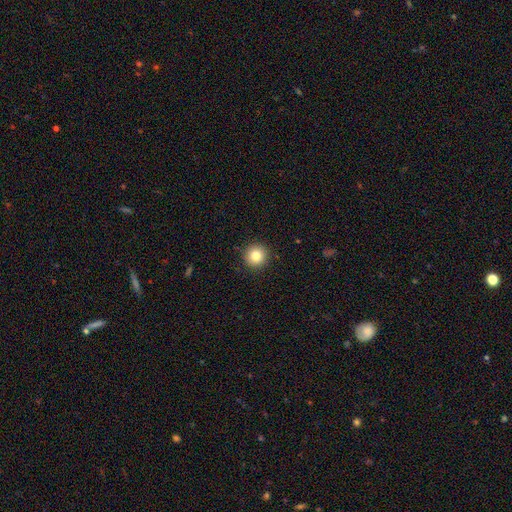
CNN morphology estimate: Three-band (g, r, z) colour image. It shows a smooth galaxy with no disk features (83%) that is round (95%). Merging: none (92%).